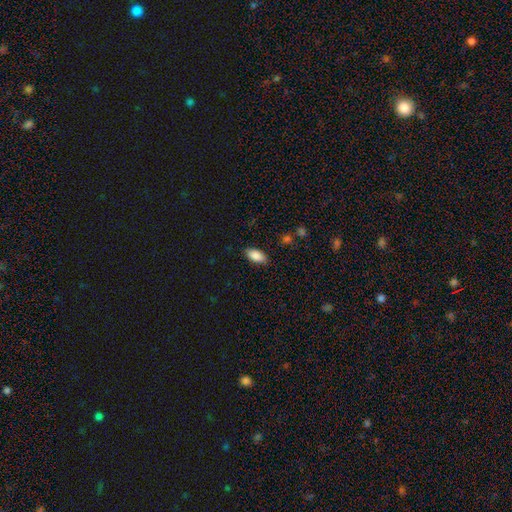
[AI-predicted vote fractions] A smooth galaxy with no disk features (88%) that is in between round and cigar-shaped (91%).

Vote fractions:
- Smooth or featured? smooth: 88% / star or artifact: 7% / featured or disk: 5%
- How rounded? in between: 91% / cigar-shaped: 6% / round: 3%
- Merging? none: 86% / minor disturbance: 11% / major disturbance: 2% / merger: 1%